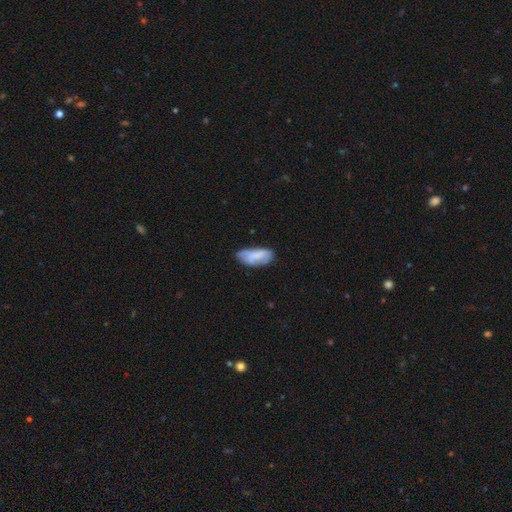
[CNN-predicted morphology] This is likely a smooth galaxy (72%). How rounded: clearly in between (89%). Merging: possibly none (50%).